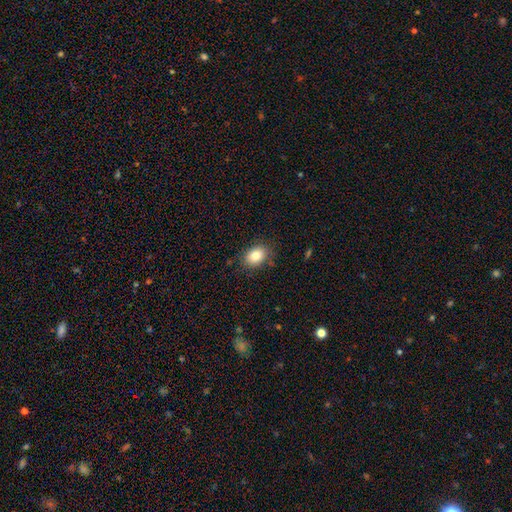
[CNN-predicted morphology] smooth_or_featured: smooth (p=0.83) [alt: star or artifact p=0.09]
how_rounded: in between (p=0.71) [alt: round p=0.28]
merging: none (p=0.84) [alt: minor disturbance p=0.12]